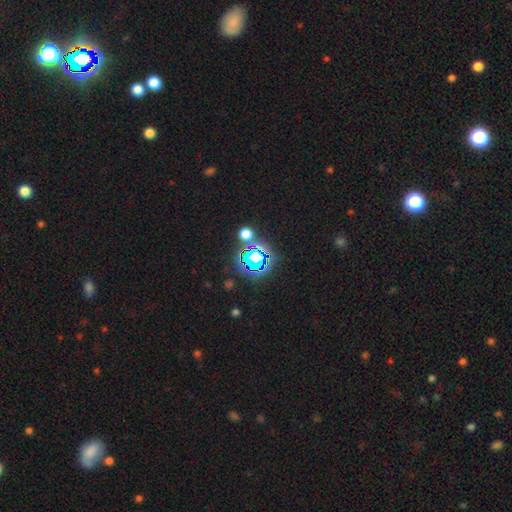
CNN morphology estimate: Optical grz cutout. It shows a star or artifact, not a galaxy (66%).